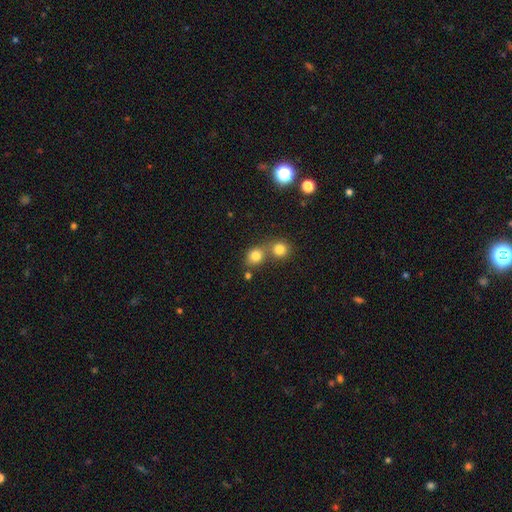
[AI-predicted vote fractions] The model was most divided on "merging": none: 46%, merger: 43%, minor disturbance: 8%, major disturbance: 3%. More confident: smooth or featured — smooth (80%); how rounded — round (73%).